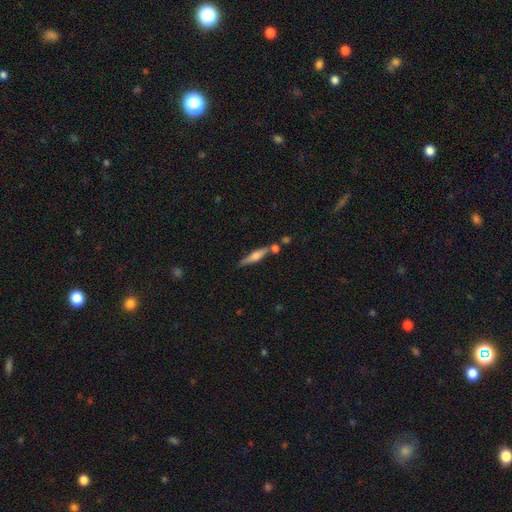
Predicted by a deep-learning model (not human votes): Q: Smooth or featured?
A: featured or disk (51%); runner-up: smooth (42%)
Q: Edge-on disk?
A: yes (94%); runner-up: no (6%)
Q: Merging?
A: none (70%); runner-up: merger (15%)